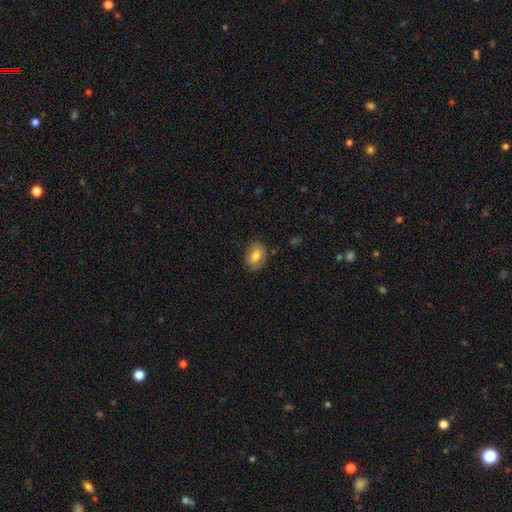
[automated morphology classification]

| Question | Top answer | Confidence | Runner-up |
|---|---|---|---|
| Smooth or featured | smooth | 74% | featured or disk (18%) |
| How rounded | in between | 72% | round (27%) |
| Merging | none | 81% | minor disturbance (15%) |